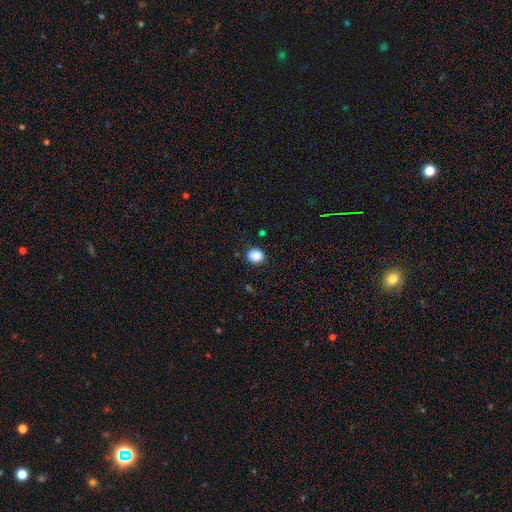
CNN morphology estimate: Smooth or featured? smooth (88%)
How rounded? round (64%)
Merging? none (88%)